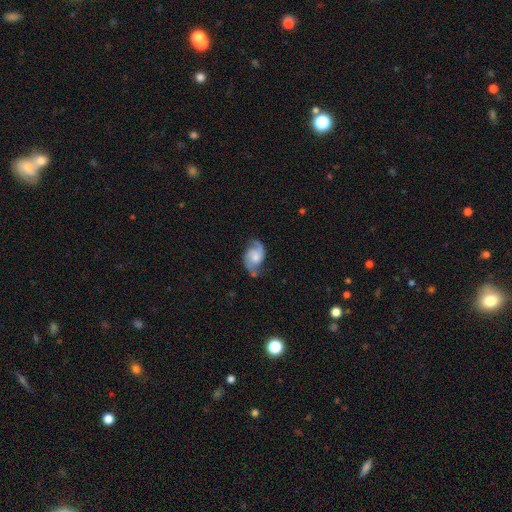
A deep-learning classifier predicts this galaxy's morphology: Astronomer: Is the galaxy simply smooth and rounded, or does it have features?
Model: featured or disk — 80%.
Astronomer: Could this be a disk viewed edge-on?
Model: no — 97%.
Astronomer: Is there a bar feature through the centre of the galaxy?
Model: no — 63%.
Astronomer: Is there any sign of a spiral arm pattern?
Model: yes — 96%.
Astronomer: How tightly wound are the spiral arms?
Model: medium — 47% (runner-up: loose, 37%).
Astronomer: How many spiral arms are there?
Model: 2 — 90%.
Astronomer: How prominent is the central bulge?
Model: moderate — 42% (runner-up: small, 35%).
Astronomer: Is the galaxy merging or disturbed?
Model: none — 68%.